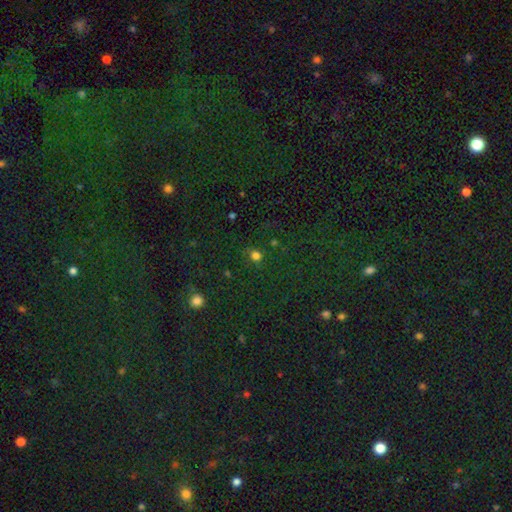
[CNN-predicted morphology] Smooth or featured? smooth (72%)
How rounded? round (80%)
Merging? none (80%)